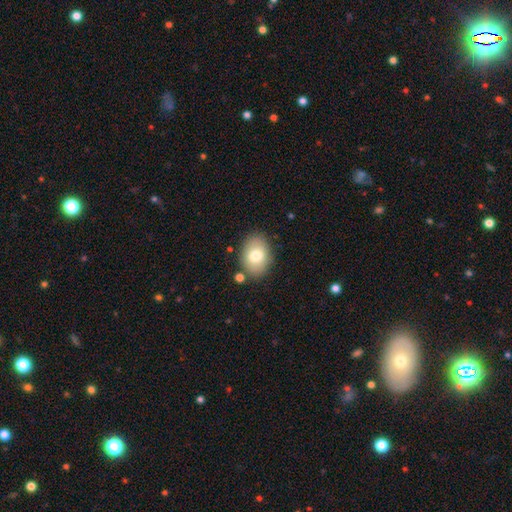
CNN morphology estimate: This appears to be a smooth galaxy with no disk features (77%) that is in between round and cigar-shaped (79%). Merging: none (81%).